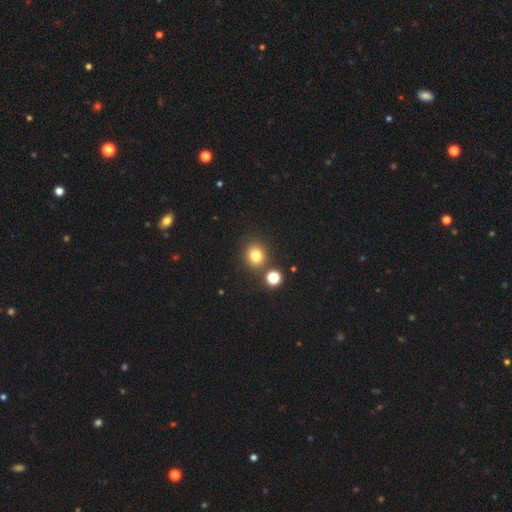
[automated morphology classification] This is likely a smooth galaxy (79%). How rounded: likely round (79%). Merging: clearly none (80%).